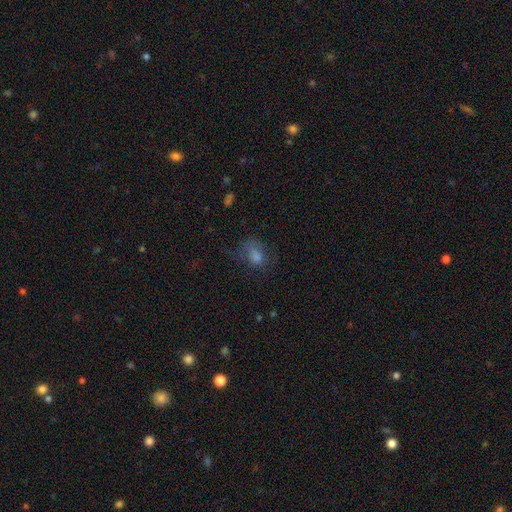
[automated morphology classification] type=smooth (65%); roundness=in between (64%); merging=none (52%).